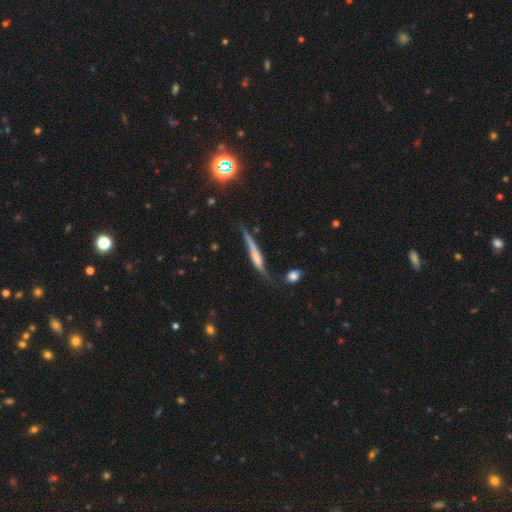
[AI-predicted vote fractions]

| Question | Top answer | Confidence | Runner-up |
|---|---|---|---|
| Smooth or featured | featured or disk | 49% | smooth (43%) |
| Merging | none | 47% | minor disturbance (31%) |